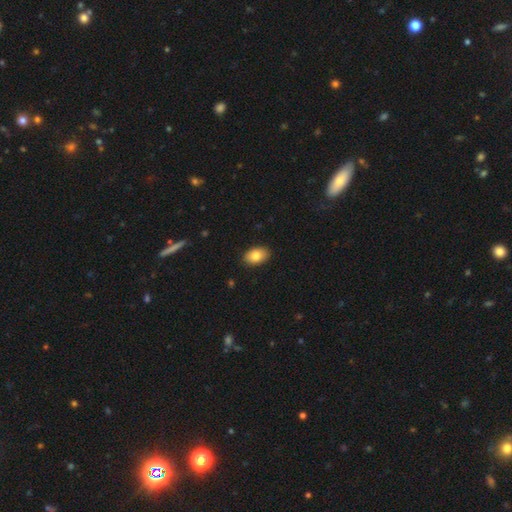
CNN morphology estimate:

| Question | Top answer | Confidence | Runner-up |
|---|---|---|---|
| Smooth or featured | smooth | 83% | featured or disk (9%) |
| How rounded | in between | 89% | round (10%) |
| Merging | none | 89% | minor disturbance (8%) |